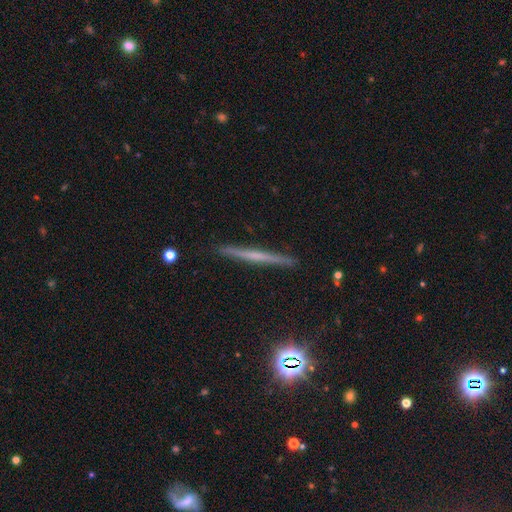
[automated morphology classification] This is possibly a featured or disk galaxy (57%). It is clearly viewed edge-on (97%). Edge-on bulge: likely none (68%). Merging: clearly none (92%).